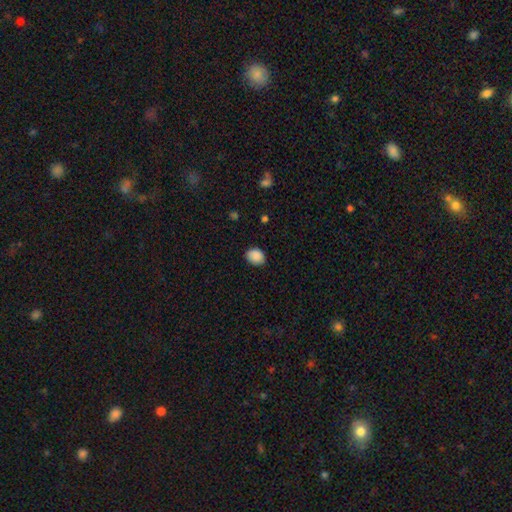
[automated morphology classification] A smooth galaxy with no disk features (89%) that is in between round and cigar-shaped (58%). Merging: none (85%).